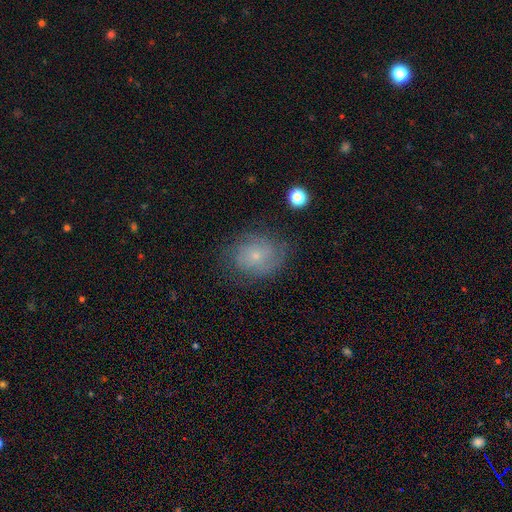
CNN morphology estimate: featured or disk 46%, smooth 43%, star or artifact 11%. Down the decision tree: merging — none (68%).